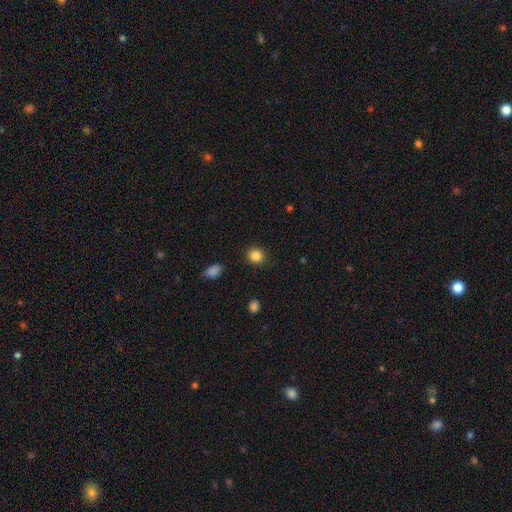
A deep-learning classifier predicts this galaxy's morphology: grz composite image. It shows a smooth galaxy with no disk features (85%) that is round (87%). Merging: none (91%).